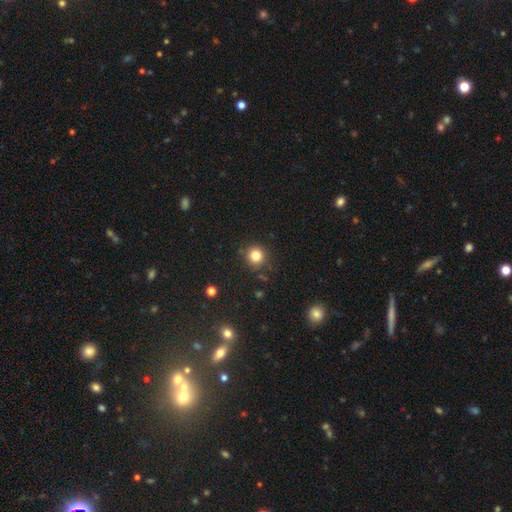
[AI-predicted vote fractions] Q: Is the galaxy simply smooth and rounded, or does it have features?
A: smooth — 82%.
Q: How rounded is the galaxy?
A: round — 93%.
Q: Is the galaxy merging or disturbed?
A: none — 87%.